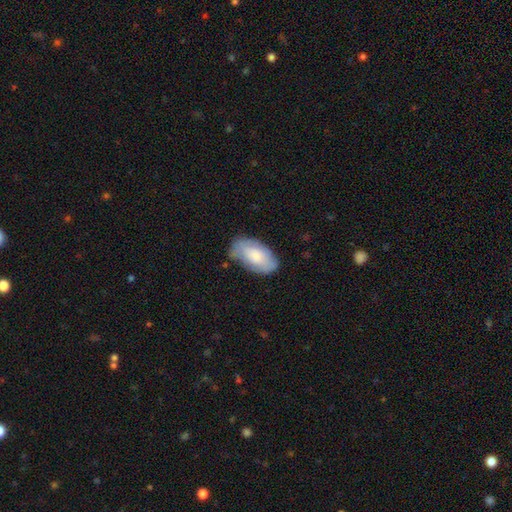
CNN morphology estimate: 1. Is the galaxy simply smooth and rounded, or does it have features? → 68% smooth, 26% featured or disk, 6% star or artifact.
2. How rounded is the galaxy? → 95% in between, 3% round, 2% cigar-shaped.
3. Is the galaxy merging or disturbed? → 64% none, 27% minor disturbance, 6% major disturbance, 2% merger.